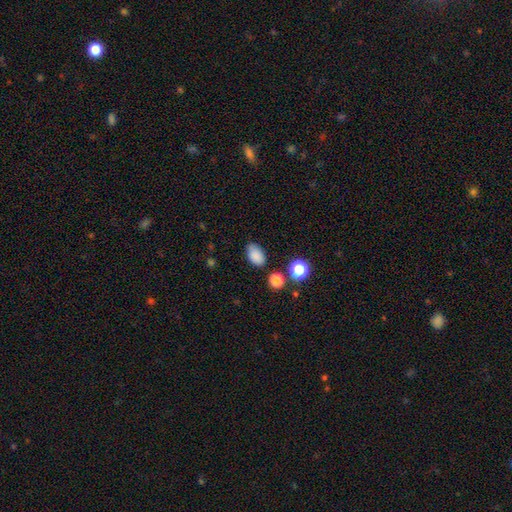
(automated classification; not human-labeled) Smooth or featured? smooth (85%)
How rounded? in between (90%)
Merging? none (77%)